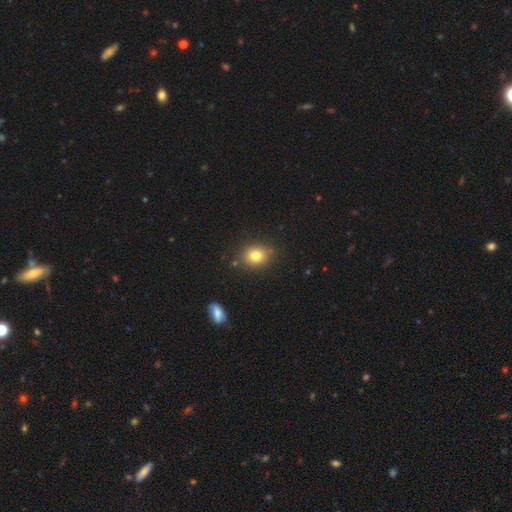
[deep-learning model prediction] This appears to be a smooth galaxy with no disk features (80%) that is round (60%). Merging: none (83%).